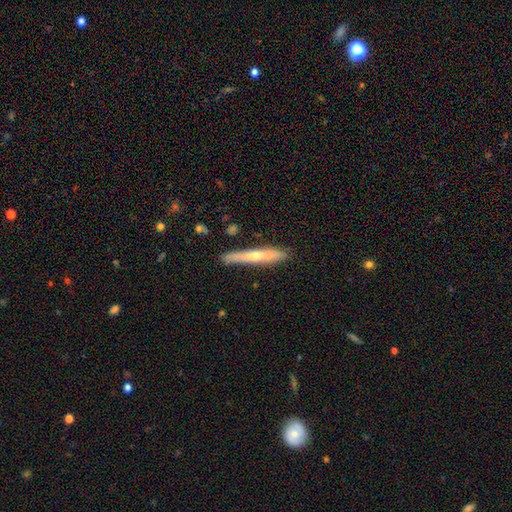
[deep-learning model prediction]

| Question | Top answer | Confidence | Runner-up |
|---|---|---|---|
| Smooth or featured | featured or disk | 47% | tied: smooth (47%) |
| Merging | none | 87% | minor disturbance (10%) |